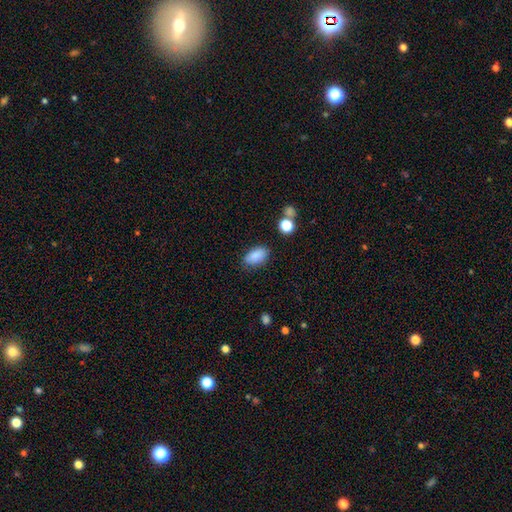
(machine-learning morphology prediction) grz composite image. It shows a smooth galaxy with no disk features (87%) that is in between round and cigar-shaped (91%). Merging: none (79%).